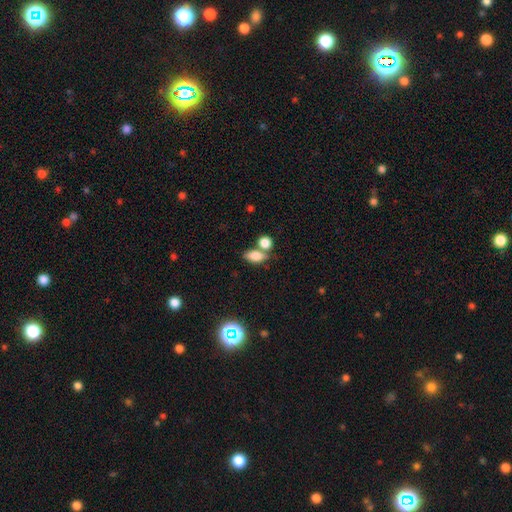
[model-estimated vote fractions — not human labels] Smooth or featured?
  - smooth: 80% *
  - star or artifact: 10%
  - featured or disk: 10%
How rounded?
  - in between: 82% *
  - round: 12%
  - cigar-shaped: 5%
Merging?
  - none: 46% *
  - merger: 37%
  - minor disturbance: 12%
  - major disturbance: 5%